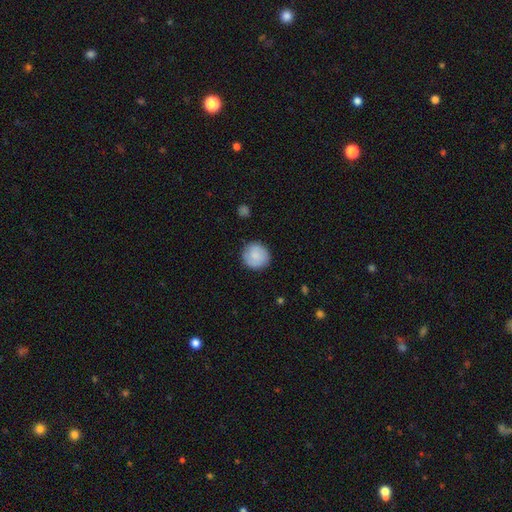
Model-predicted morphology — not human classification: Smooth or featured?
  - smooth: 76% *
  - featured or disk: 17%
  - star or artifact: 7%
How rounded?
  - round: 92% *
  - in between: 7%
  - cigar-shaped: 1%
Merging?
  - none: 86% *
  - minor disturbance: 10%
  - major disturbance: 3%
  - merger: 1%